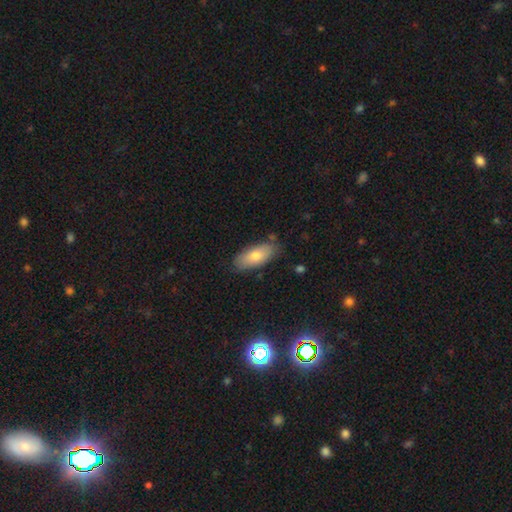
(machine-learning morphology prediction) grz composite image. It shows a smooth galaxy with no disk features (73%) that is in between round and cigar-shaped (82%). Merging: none (81%).